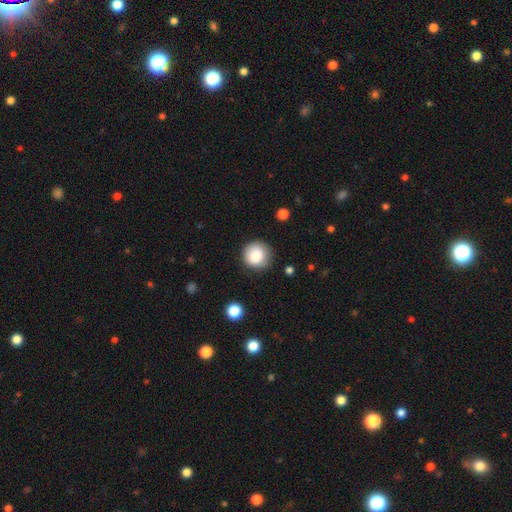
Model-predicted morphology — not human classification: This appears to be a smooth galaxy with no disk features (86%) that is round (94%). Merging: none (84%).